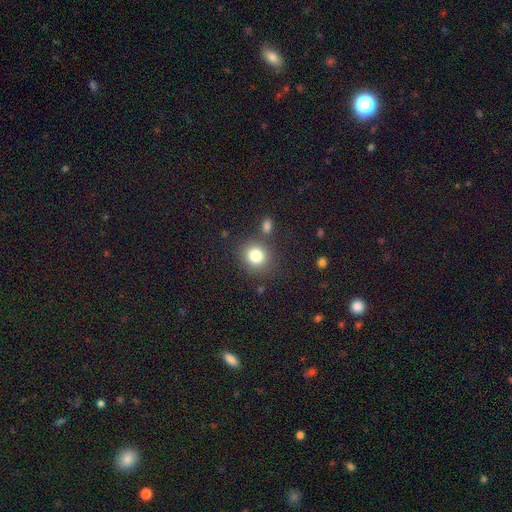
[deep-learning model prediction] A smooth galaxy with no disk features (80%) that is round (85%). Merging: none (80%).